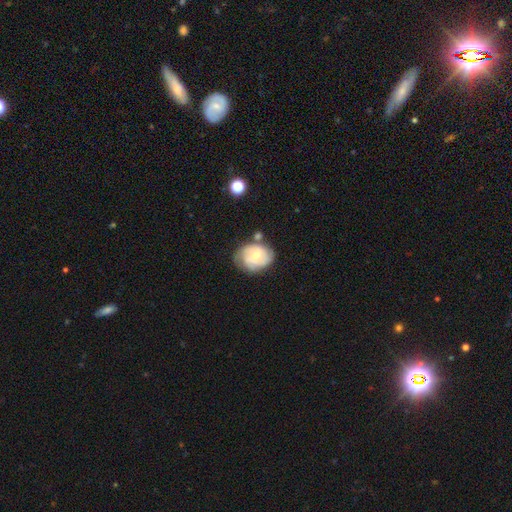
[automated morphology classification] A featured or disk galaxy (56%) with a weak bar (46%), spiral arms (79%) and a moderate central bulge (46%, tied with small).

Vote fractions:
- Smooth or featured? featured or disk: 56% / smooth: 37% / star or artifact: 7%
- Edge-on disk? no: 97% / yes: 3%
- Bar? weak: 46% / no: 45% / strong: 9%
- Spiral arms? yes: 79% / no: 21%
- Bulge size? moderate: 46% (tied) / small: 46% (tied) / none: 3% / large: 3% / dominant: 1%
- Merging? none: 56% / minor disturbance: 25% / merger: 10% / major disturbance: 9%